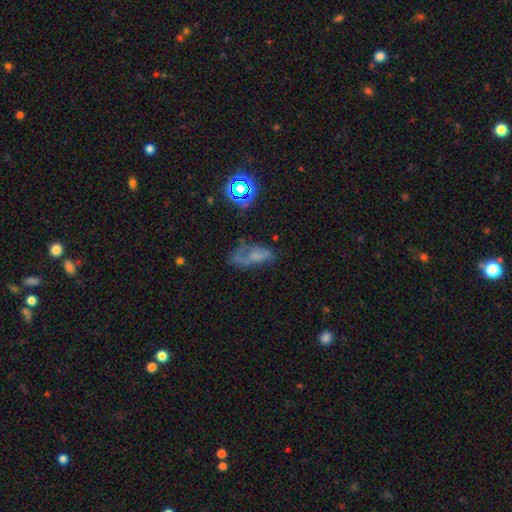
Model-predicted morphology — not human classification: This is marginally a smooth galaxy (42%). Merging: marginally none (34%).